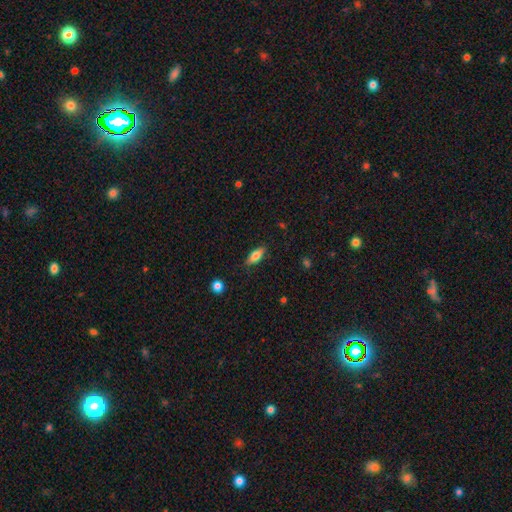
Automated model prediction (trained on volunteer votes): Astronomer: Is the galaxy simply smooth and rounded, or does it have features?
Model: smooth — 74%.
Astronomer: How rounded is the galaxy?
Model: in between — 76%.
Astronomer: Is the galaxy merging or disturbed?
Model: none — 83%.